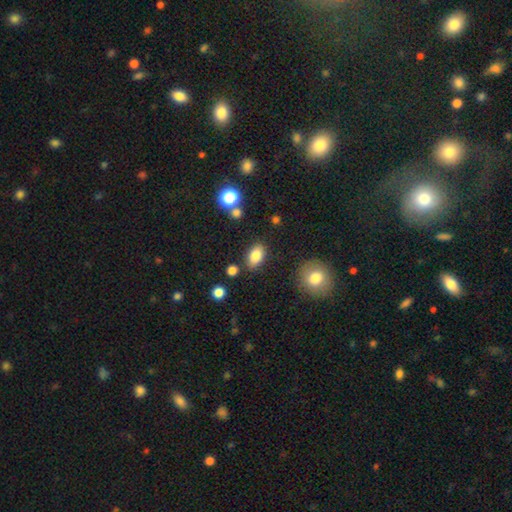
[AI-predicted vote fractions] Q: Smooth or featured?
A: smooth (82%); runner-up: featured or disk (9%)
Q: How rounded?
A: in between (88%); runner-up: round (10%)
Q: Merging?
A: none (83%); runner-up: minor disturbance (11%)